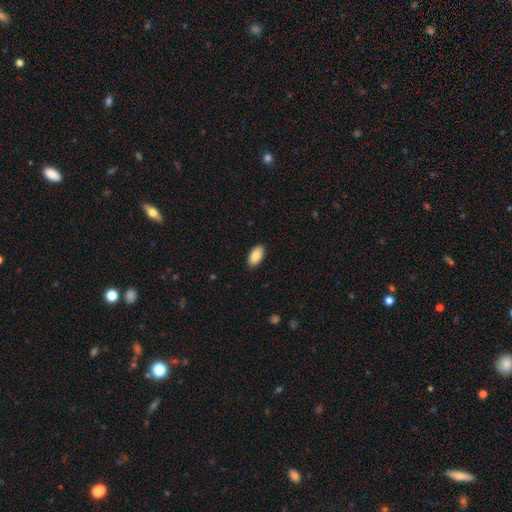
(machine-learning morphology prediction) type=smooth (88%); roundness=in between (95%); merging=none (90%).